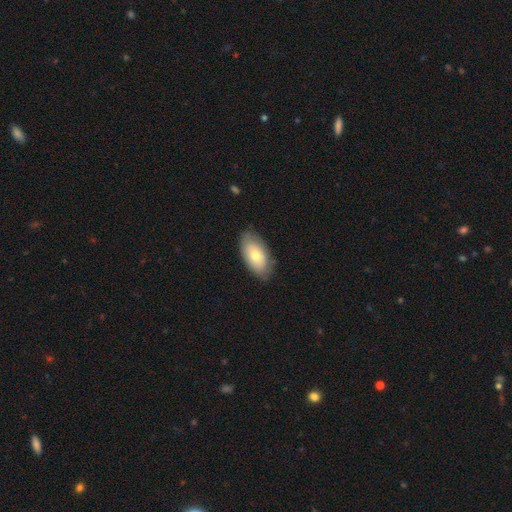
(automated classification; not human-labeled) Morphology: type=smooth (70%); roundness=in between (94%); merging=none (81%).